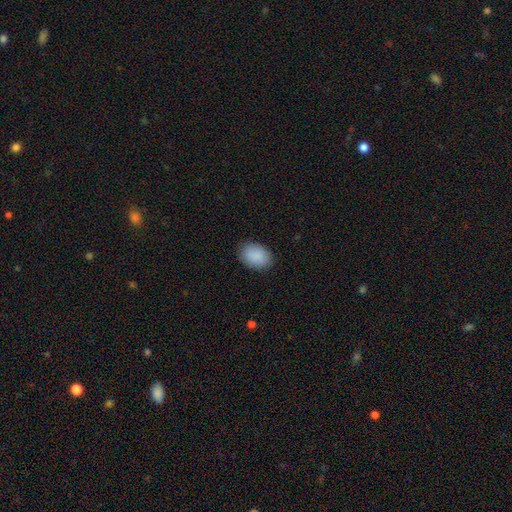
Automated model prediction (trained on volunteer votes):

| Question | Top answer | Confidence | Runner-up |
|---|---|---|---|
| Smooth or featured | smooth | 90% | star or artifact (6%) |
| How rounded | in between | 81% | round (18%) |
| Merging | none | 87% | minor disturbance (10%) |